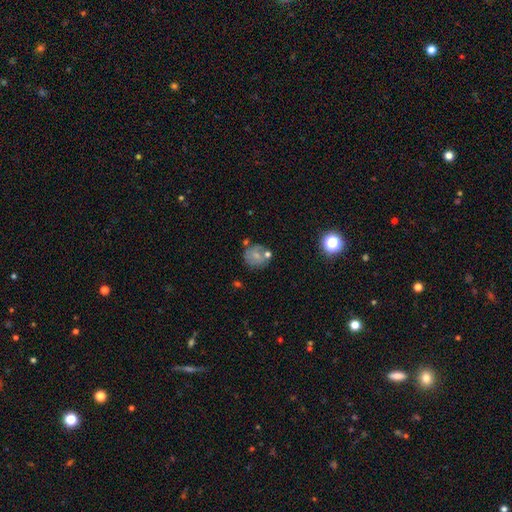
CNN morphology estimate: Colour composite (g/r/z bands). It shows a smooth galaxy with no disk features (57%) that is round (80%). Merging: none (57%).